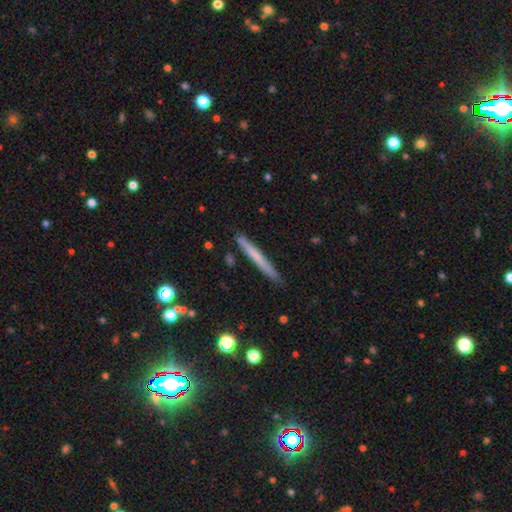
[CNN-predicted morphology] Smooth or featured? smooth (60%)
How rounded? cigar-shaped (97%)
Merging? none (88%)